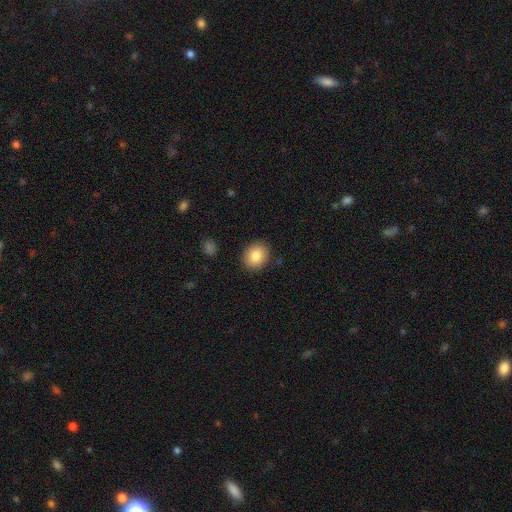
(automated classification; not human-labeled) smooth 85%, star or artifact 8%, featured or disk 7%. Down the decision tree: how rounded — round (60%); merging — none (89%).